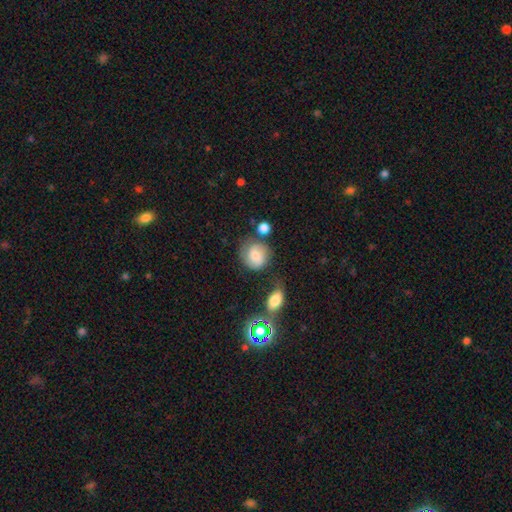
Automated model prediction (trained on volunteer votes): This is possibly a smooth galaxy (59%). How rounded: likely round (79%). Merging: likely none (64%).